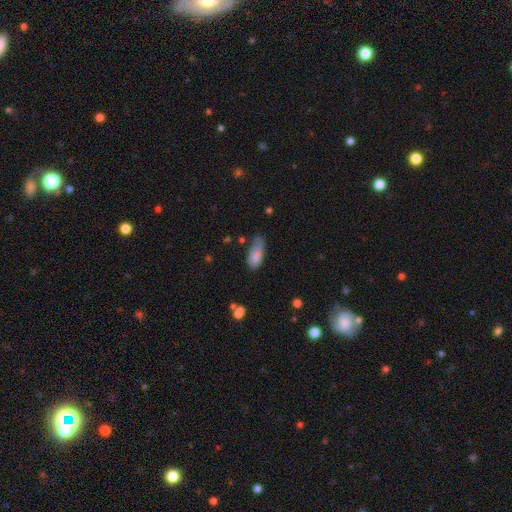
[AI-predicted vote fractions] Smooth or featured? smooth (81%)
How rounded? in between (84%)
Merging? none (44%)